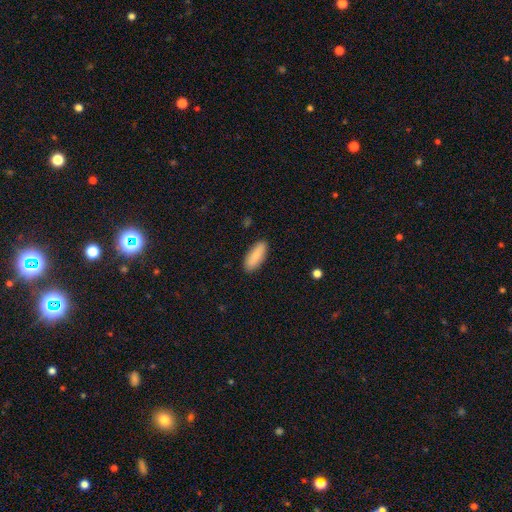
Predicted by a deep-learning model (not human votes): Q: Smooth or featured?
A: smooth (82%); runner-up: featured or disk (13%)
Q: How rounded?
A: in between (73%); runner-up: cigar-shaped (25%)
Q: Merging?
A: none (88%); runner-up: minor disturbance (9%)